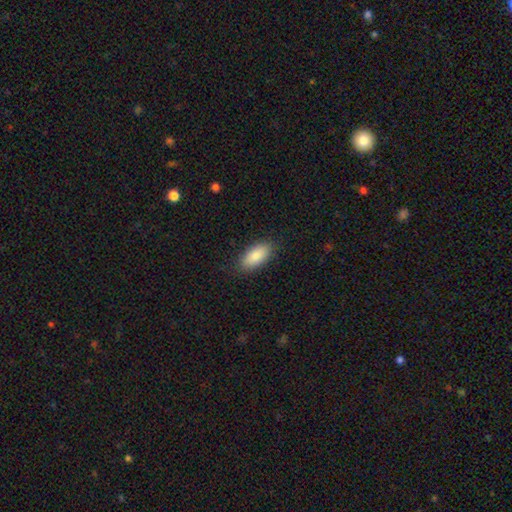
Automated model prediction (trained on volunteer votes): This is clearly a smooth galaxy (87%). How rounded: clearly in between (90%). Merging: clearly none (86%).